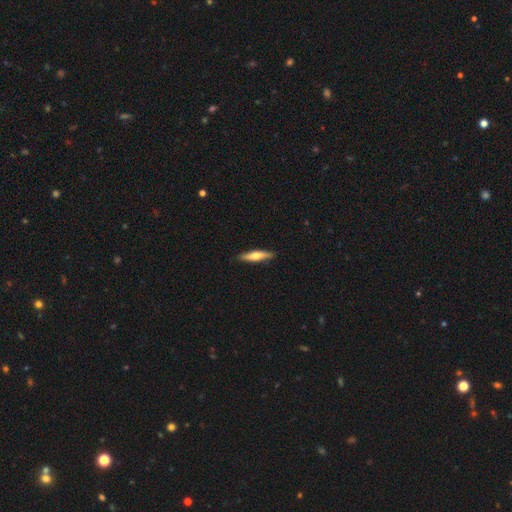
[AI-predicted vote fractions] smooth-or-featured: smooth: 50% | featured or disk: 45% | star or artifact: 5%
  merging: none: 89% | minor disturbance: 9% | major disturbance: 2% | merger: 1%